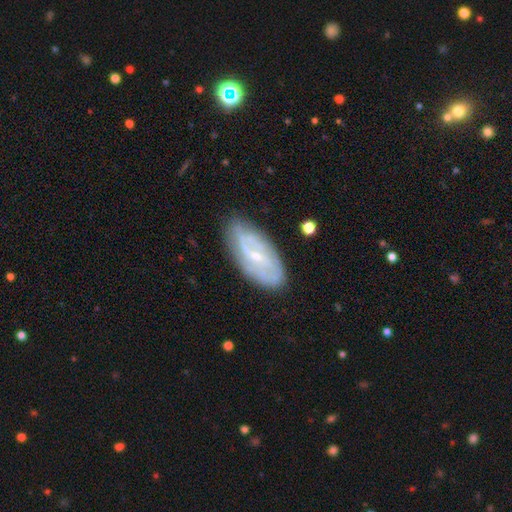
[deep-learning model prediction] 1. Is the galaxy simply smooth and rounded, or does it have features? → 74% featured or disk, 19% smooth, 6% star or artifact.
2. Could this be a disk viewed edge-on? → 91% no, 9% yes.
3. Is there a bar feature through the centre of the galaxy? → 45% weak, 33% no, 22% strong.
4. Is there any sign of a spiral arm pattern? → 82% yes, 18% no.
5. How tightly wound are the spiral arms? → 43% tight, 36% medium, 20% loose.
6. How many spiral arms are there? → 44% 2, 37% can't tell, 8% 3, 4% 1, 4% 4, 3% more than 4.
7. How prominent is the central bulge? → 74% small, 22% moderate, 3% none, 1% large, 1% dominant.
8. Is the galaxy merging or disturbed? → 77% none, 17% minor disturbance, 4% major disturbance, 2% merger.